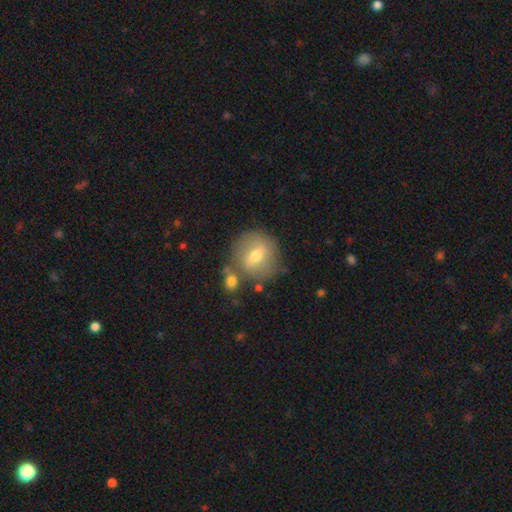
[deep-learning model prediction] A smooth galaxy with no disk features (53%) that is round (85%).

Vote fractions:
- Smooth or featured? smooth: 53% / featured or disk: 39% / star or artifact: 8%
- How rounded? round: 85% / in between: 14% / cigar-shaped: 1%
- Merging? none: 70% / minor disturbance: 14% / merger: 12% / major disturbance: 4%